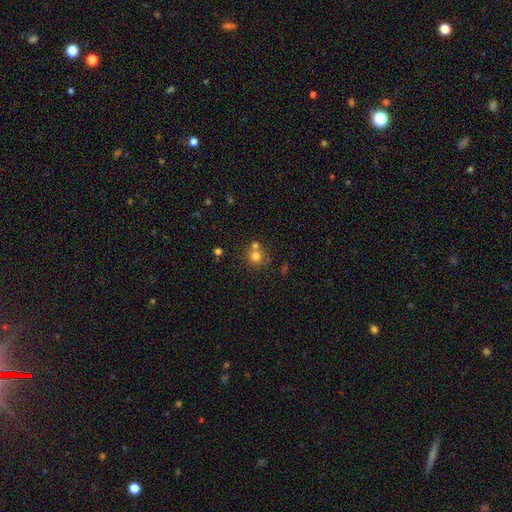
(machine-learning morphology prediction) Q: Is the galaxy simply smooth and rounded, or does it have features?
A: smooth — 74%.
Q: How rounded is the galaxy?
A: round — 88%.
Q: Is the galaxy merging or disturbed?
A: none — 52%.